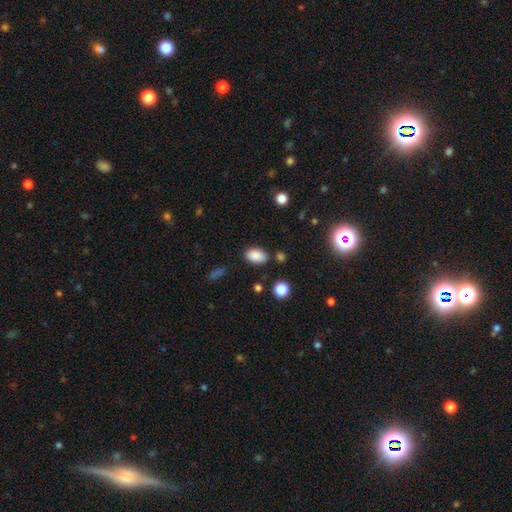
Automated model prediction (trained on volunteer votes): A smooth galaxy with no disk features (87%) that is in between round and cigar-shaped (90%).

Vote fractions:
- Smooth or featured? smooth: 87% / star or artifact: 9% / featured or disk: 4%
- How rounded? in between: 90% / round: 9% / cigar-shaped: 1%
- Merging? none: 81% / minor disturbance: 12% / merger: 4% / major disturbance: 3%